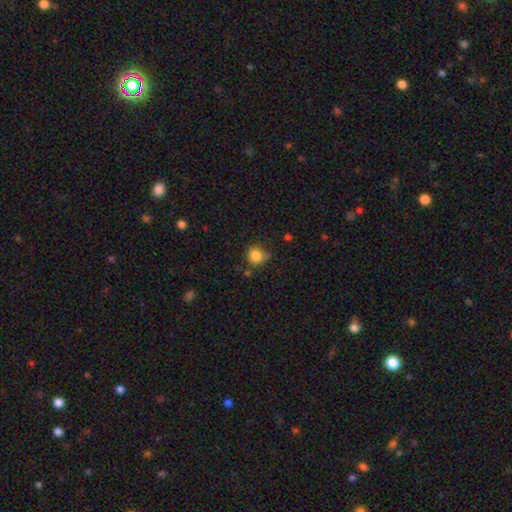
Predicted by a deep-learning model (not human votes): This appears to be a smooth galaxy with no disk features (83%) that is round (83%). Merging: none (59%).